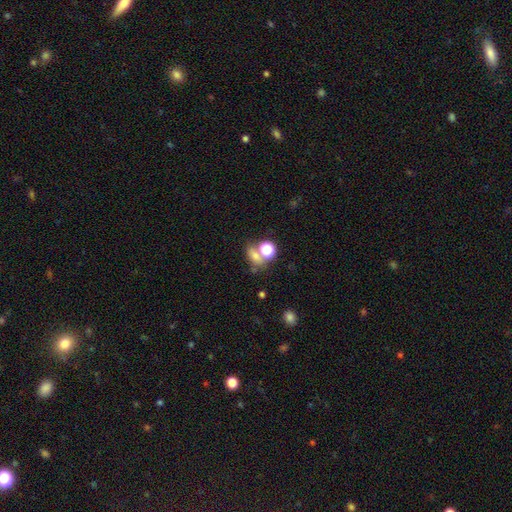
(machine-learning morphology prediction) smooth-or-featured: smooth: 63% | star or artifact: 25% | featured or disk: 12%
  how-rounded: in between: 50% | round: 45% | cigar-shaped: 5%
  merging: none: 50% | merger: 32% | minor disturbance: 11% | major disturbance: 7%